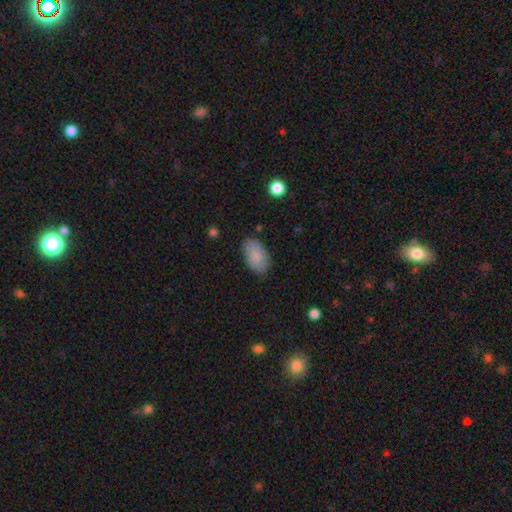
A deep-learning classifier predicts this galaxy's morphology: This appears to be a smooth galaxy with no disk features (86%) that is in between round and cigar-shaped (94%). Merging: none (81%).